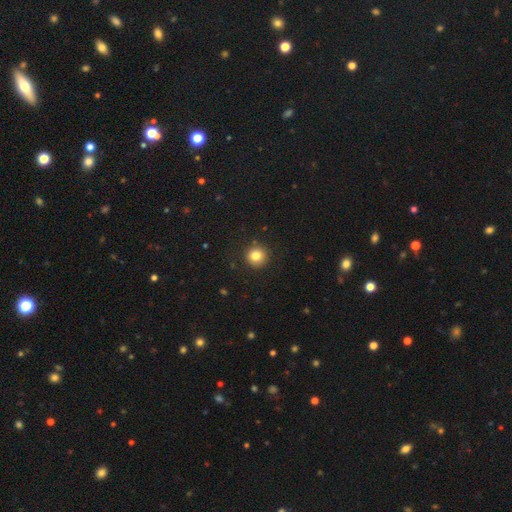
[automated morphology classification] Smooth or featured?
  - smooth: 82% *
  - star or artifact: 11%
  - featured or disk: 7%
How rounded?
  - round: 94% *
  - in between: 5%
  - cigar-shaped: 1%
Merging?
  - none: 91% *
  - minor disturbance: 6%
  - major disturbance: 2%
  - merger: 1%